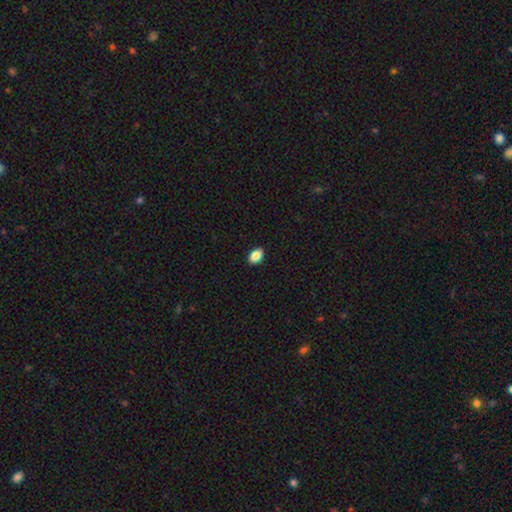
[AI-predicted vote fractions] Q: Smooth or featured?
A: smooth (87%); runner-up: star or artifact (8%)
Q: How rounded?
A: in between (87%); runner-up: round (11%)
Q: Merging?
A: none (90%); runner-up: minor disturbance (7%)